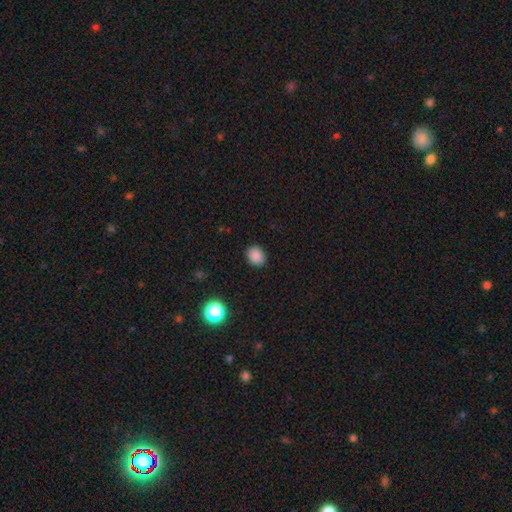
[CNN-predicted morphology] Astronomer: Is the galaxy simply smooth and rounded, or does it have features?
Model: smooth — 86%.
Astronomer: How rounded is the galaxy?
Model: in between — 50% (runner-up: round, 49%).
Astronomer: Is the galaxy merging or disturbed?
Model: none — 88%.